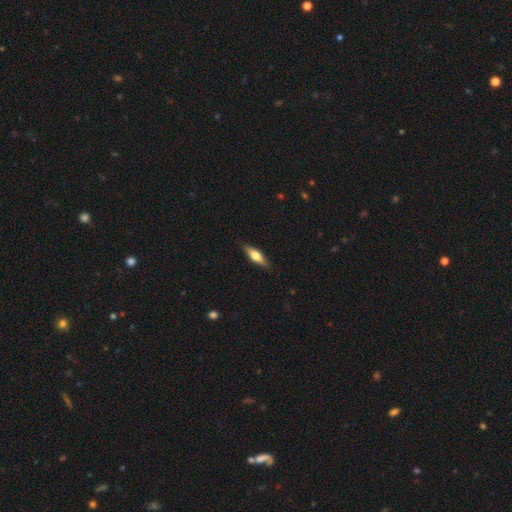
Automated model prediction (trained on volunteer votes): A smooth galaxy with no disk features (52%) that is cigar-shaped (52%). Merging: none (86%).